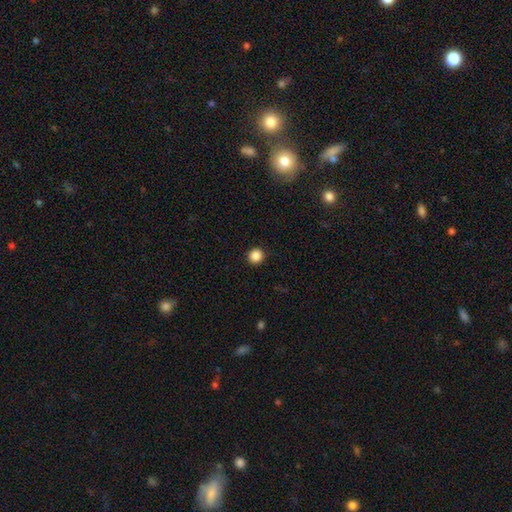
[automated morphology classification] Smooth or featured?
  - smooth: 87% *
  - star or artifact: 11%
  - featured or disk: 3%
How rounded?
  - round: 95% *
  - in between: 4%
  - cigar-shaped: 1%
Merging?
  - none: 93% *
  - minor disturbance: 5%
  - major disturbance: 2%
  - merger: 1%